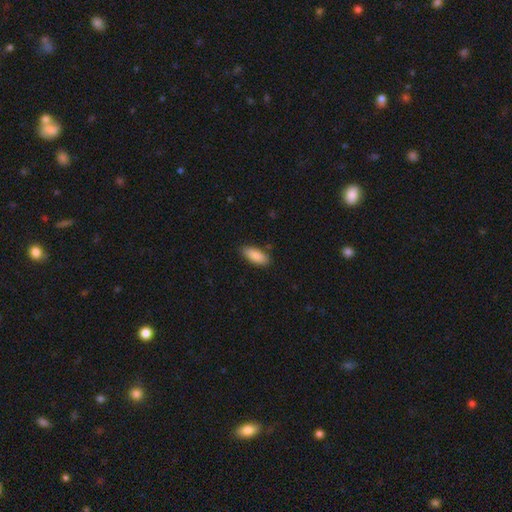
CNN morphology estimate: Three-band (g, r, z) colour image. It shows a smooth galaxy with no disk features (88%) that is in between round and cigar-shaped (82%). Merging: none (84%).